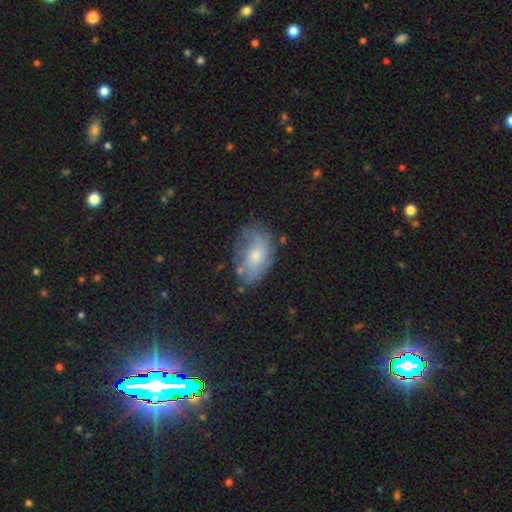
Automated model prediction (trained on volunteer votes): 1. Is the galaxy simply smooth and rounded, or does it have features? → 46% smooth, 44% featured or disk, 10% star or artifact.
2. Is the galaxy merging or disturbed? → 62% none, 25% minor disturbance, 10% major disturbance, 3% merger.